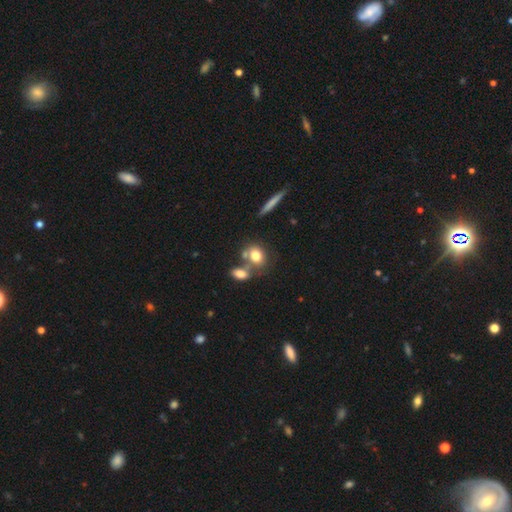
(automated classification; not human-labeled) The model was most divided on "merging": none: 45%, merger: 38%, minor disturbance: 11%, major disturbance: 5%. More confident: smooth or featured — smooth (75%); how rounded — in between (54%).